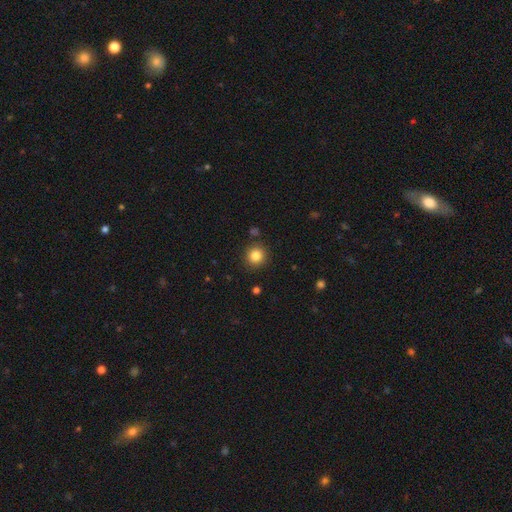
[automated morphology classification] This is clearly a smooth galaxy (84%). How rounded: clearly round (91%). Merging: clearly none (88%).